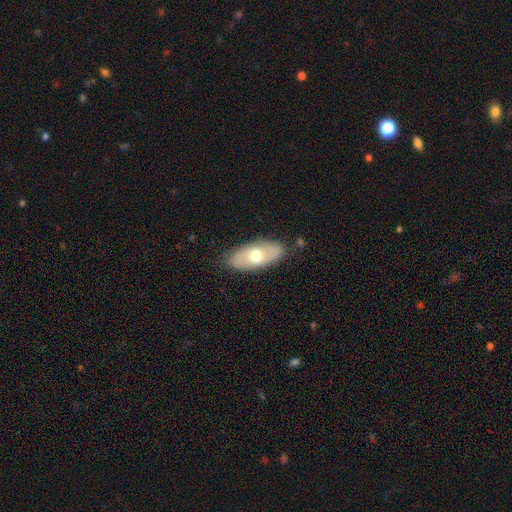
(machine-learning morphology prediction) Smooth or featured? Predicted: smooth (p=0.58). How rounded? Predicted: in between (p=0.88). Merging? Predicted: none (p=0.82).